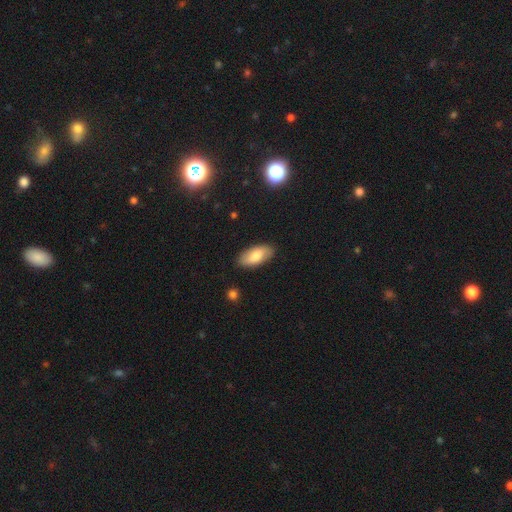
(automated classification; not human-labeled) Smooth or featured?
  - smooth: 73% *
  - featured or disk: 20%
  - star or artifact: 6%
How rounded?
  - in between: 92% *
  - cigar-shaped: 6%
  - round: 2%
Merging?
  - none: 86% *
  - minor disturbance: 11%
  - major disturbance: 2%
  - merger: 1%